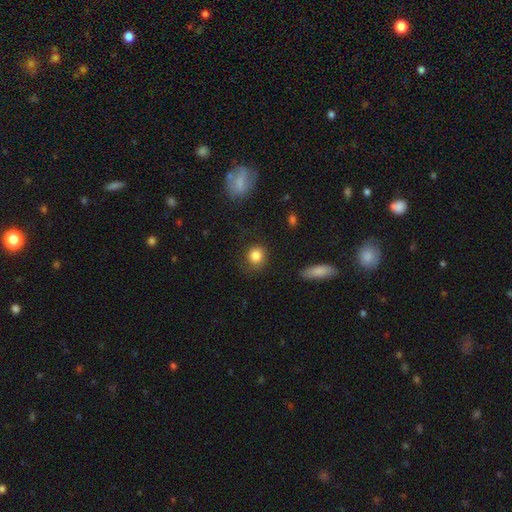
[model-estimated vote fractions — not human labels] smooth-or-featured: smooth: 85% | star or artifact: 9% | featured or disk: 6%
  how-rounded: round: 82% | in between: 16% | cigar-shaped: 1%
  merging: none: 78% | minor disturbance: 15% | major disturbance: 6% | merger: 2%